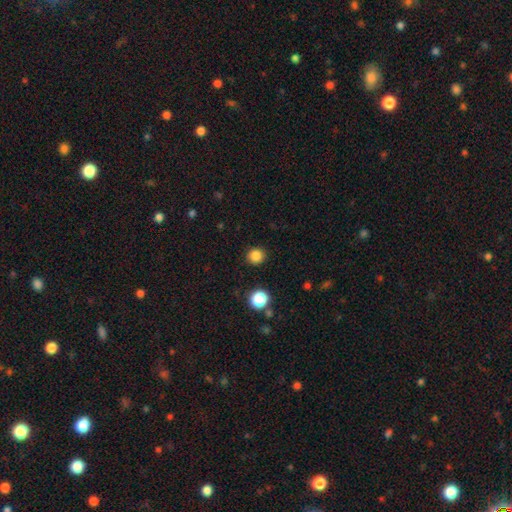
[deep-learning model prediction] A smooth galaxy with no disk features (84%) that is round (94%). Merging: none (91%).